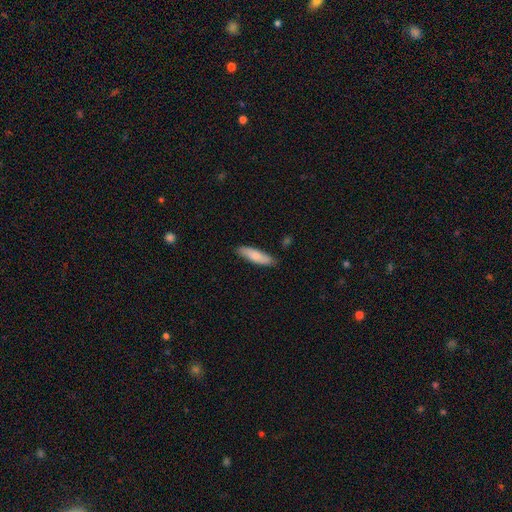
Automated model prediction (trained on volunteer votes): A smooth galaxy with no disk features (81%) that is cigar-shaped (63%).

Vote fractions:
- Smooth or featured? smooth: 81% / featured or disk: 13% / star or artifact: 6%
- How rounded? cigar-shaped: 63% / in between: 35% / round: 1%
- Merging? none: 84% / minor disturbance: 12% / major disturbance: 2% / merger: 1%